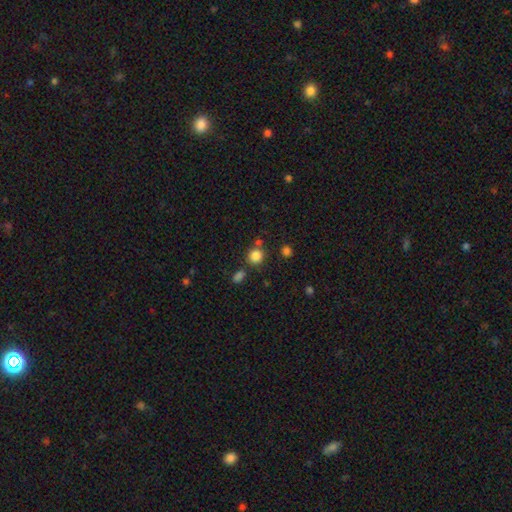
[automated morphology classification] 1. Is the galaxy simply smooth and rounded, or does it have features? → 83% smooth, 12% star or artifact, 5% featured or disk.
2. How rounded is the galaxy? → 86% round, 13% in between, 1% cigar-shaped.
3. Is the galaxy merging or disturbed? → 74% none, 12% merger, 10% minor disturbance, 4% major disturbance.